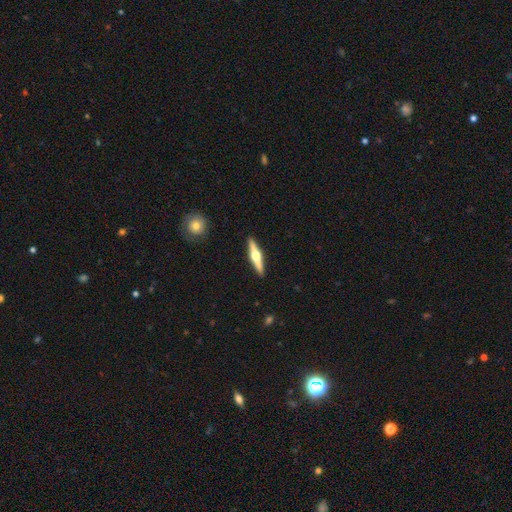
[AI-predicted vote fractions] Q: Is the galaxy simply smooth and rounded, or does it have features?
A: featured or disk — 73%.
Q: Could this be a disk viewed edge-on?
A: yes — 98%.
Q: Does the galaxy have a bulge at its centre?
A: rounded — 95%.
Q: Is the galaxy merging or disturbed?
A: none — 92%.